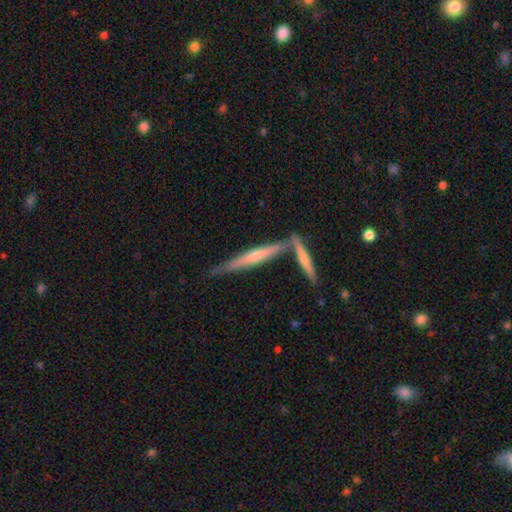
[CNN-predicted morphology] smooth_or_featured: featured or disk (p=0.56) [alt: smooth p=0.38]
disk_edge_on: yes (p=0.95) [alt: no p=0.05]
edge_on_bulge: none (p=0.51) [alt: rounded p=0.38]
merging: none (p=0.62) [alt: merger p=0.23]